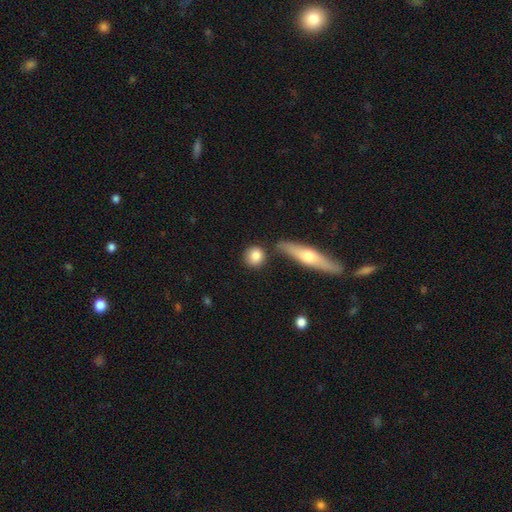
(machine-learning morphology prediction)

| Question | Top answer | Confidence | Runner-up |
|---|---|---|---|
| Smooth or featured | smooth | 83% | featured or disk (11%) |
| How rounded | round | 82% | in between (14%) |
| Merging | none | 78% | minor disturbance (10%) |